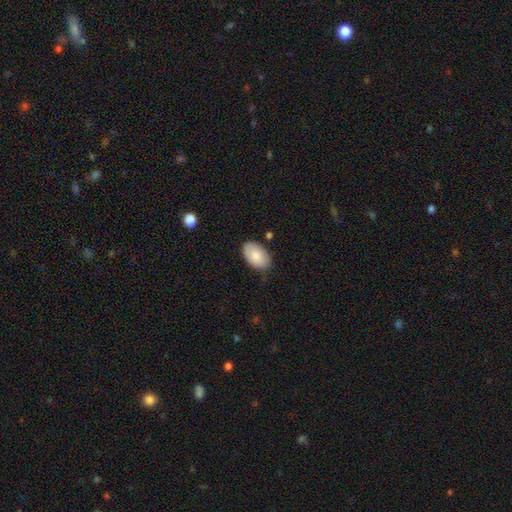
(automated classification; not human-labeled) The model was most divided on "merging": none: 79%, minor disturbance: 16%, major disturbance: 3%, merger: 2%. More confident: how rounded — in between (94%); smooth or featured — smooth (80%).